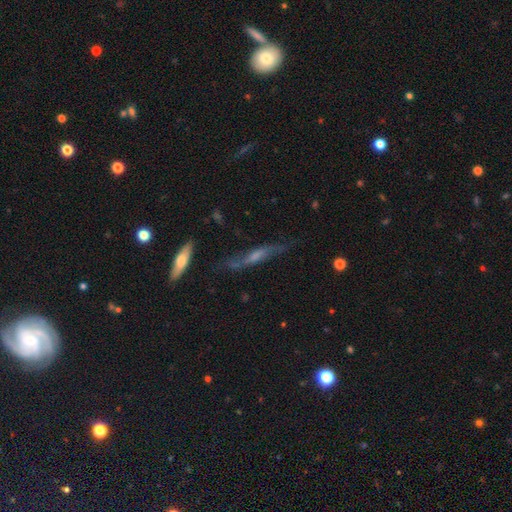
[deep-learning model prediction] Q: Smooth or featured?
A: featured or disk (63%); runner-up: smooth (25%)
Q: Edge-on disk?
A: yes (71%); runner-up: no (29%)
Q: Merging?
A: none (63%); runner-up: minor disturbance (22%)